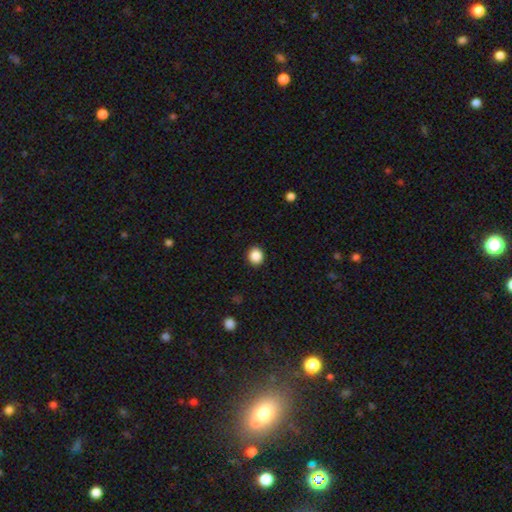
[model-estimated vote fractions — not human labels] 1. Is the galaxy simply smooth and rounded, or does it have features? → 88% smooth, 9% star or artifact, 3% featured or disk.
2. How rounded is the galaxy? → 84% round, 15% in between, 1% cigar-shaped.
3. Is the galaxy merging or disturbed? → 92% none, 5% minor disturbance, 2% major disturbance, 1% merger.